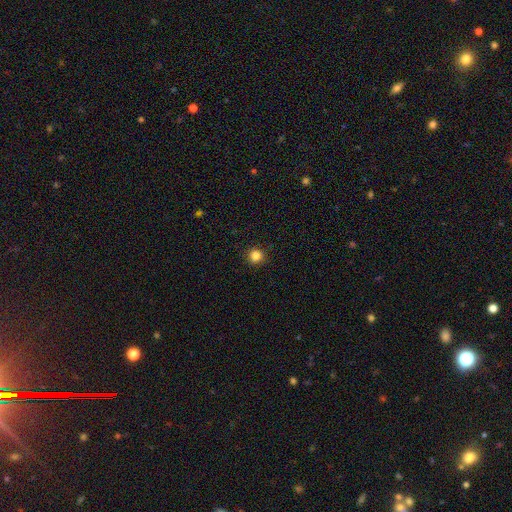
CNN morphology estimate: A smooth galaxy with no disk features (84%) that is round (94%).

Vote fractions:
- Smooth or featured? smooth: 84% / star or artifact: 12% / featured or disk: 4%
- How rounded? round: 94% / in between: 5% / cigar-shaped: 1%
- Merging? none: 92% / minor disturbance: 5% / major disturbance: 2% / merger: 1%